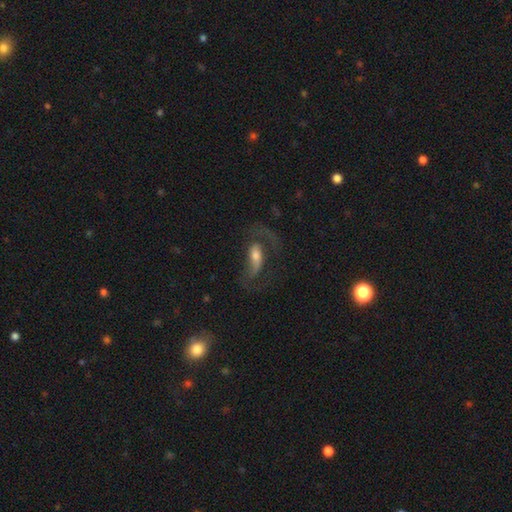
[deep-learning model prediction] featured or disk 67%, smooth 24%, star or artifact 9%. Down the decision tree: edge-on disk — no (90%); bar — weak (37%); spiral arms — yes (86%); spiral arm count — 2 (77%); spiral winding — loose (53%); bulge size — moderate (51%); merging — none (51%).